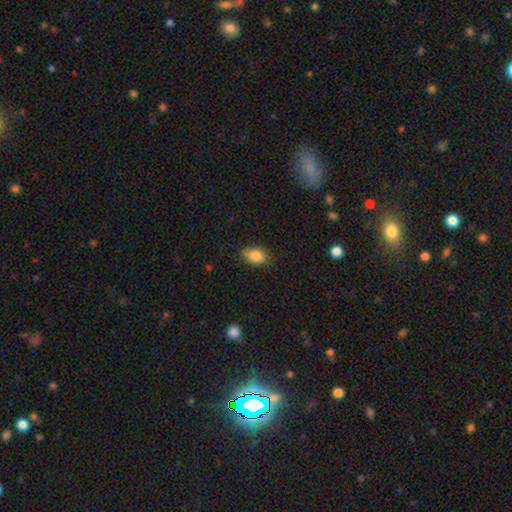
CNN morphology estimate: A smooth galaxy with no disk features (85%) that is in between round and cigar-shaped (79%). Merging: none (74%).